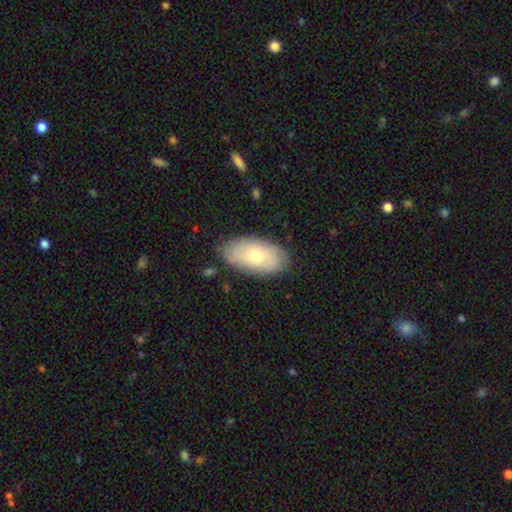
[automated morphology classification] Smooth or featured: smooth — 60% (featured or disk — 34%)
How rounded: in between — 93% (round — 4%)
Merging: none — 80% (minor disturbance — 15%)